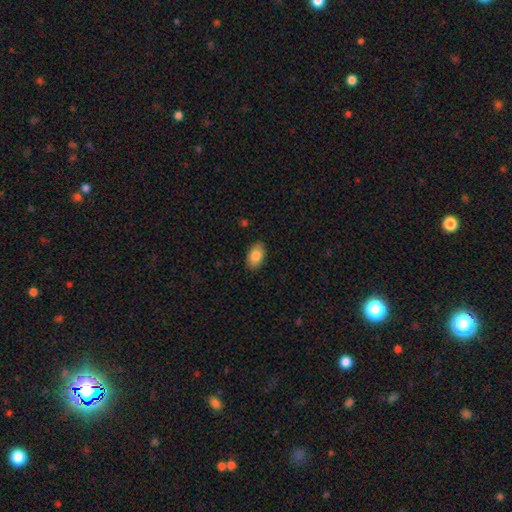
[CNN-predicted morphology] This is clearly a smooth galaxy (84%). How rounded: clearly in between (92%). Merging: clearly none (88%).